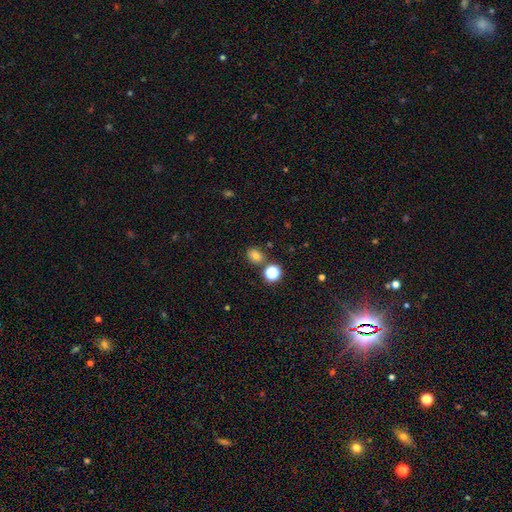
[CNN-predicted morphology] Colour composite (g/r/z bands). It shows a smooth galaxy with no disk features (73%) that is round (59%). Merging: none (79%).